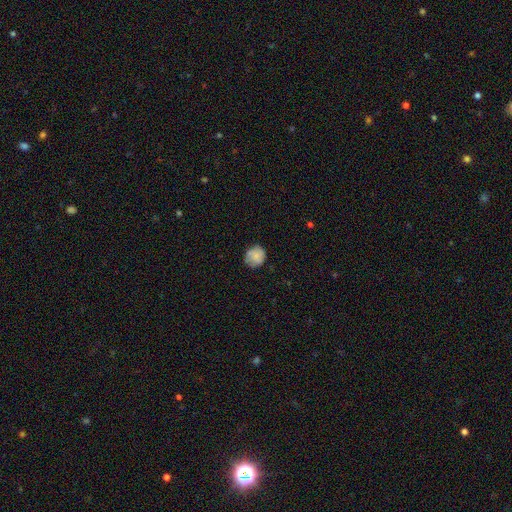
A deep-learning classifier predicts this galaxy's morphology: type=smooth (71%); roundness=round (84%); merging=none (75%).